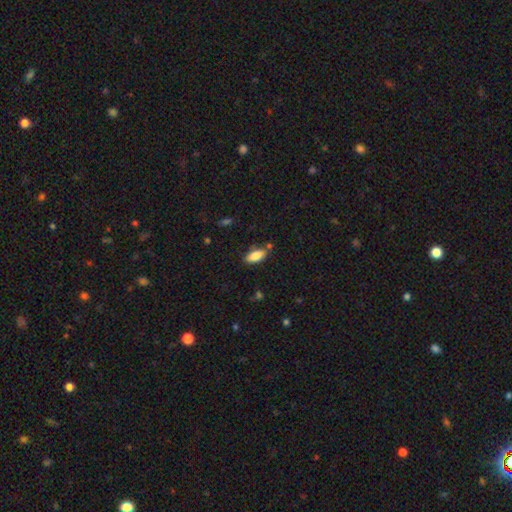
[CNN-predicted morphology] Smooth or featured? Predicted: smooth (p=0.85). How rounded? Predicted: in between (p=0.83). Merging? Predicted: none (p=0.77).